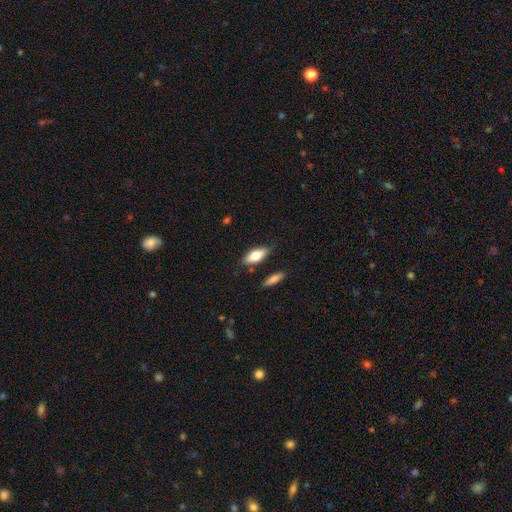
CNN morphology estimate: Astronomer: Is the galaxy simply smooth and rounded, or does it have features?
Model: smooth — 73%.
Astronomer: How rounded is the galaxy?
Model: in between — 79%.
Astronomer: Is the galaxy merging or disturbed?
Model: none — 77%.